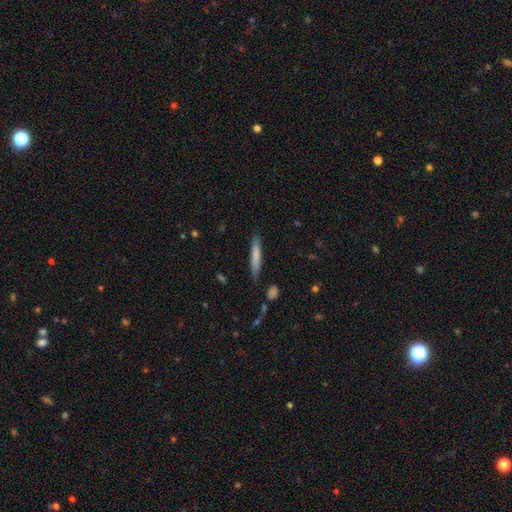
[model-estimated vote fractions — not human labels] Morphology: type=smooth (73%); roundness=cigar-shaped (92%); merging=none (84%).